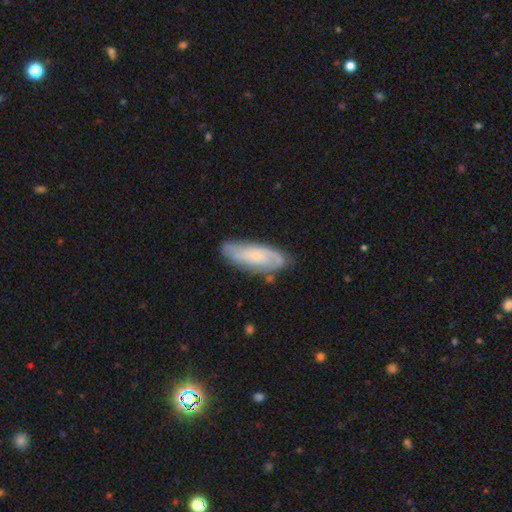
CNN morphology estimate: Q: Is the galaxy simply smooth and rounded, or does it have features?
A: featured or disk — 62%.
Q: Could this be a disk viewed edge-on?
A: no — 89%.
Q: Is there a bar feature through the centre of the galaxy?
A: no — 68%.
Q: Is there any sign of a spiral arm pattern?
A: yes — 89%.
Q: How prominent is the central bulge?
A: small — 64%.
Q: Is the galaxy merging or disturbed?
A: none — 71%.